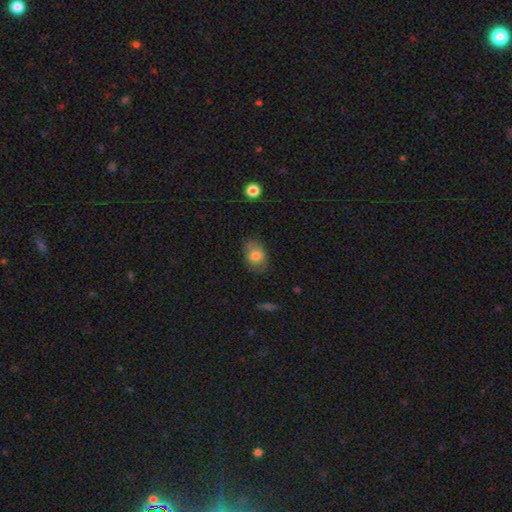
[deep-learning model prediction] Overall: smooth (76%). How rounded: in between (72%). Merging: none (71%).